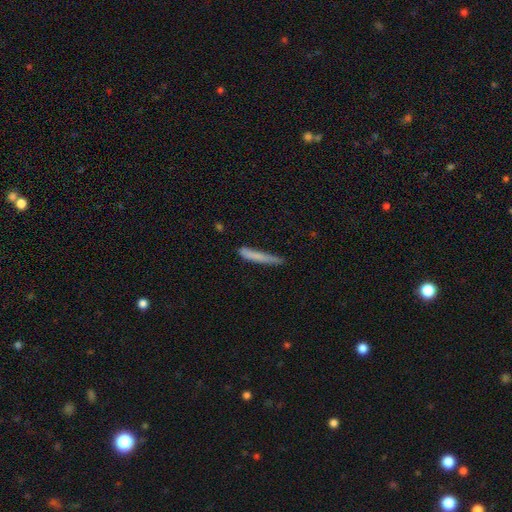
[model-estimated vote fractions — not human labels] Smooth or featured?
  - smooth: 75% *
  - featured or disk: 18%
  - star or artifact: 7%
How rounded?
  - cigar-shaped: 95% *
  - in between: 3%
  - round: 1%
Merging?
  - none: 74% *
  - minor disturbance: 20%
  - major disturbance: 4%
  - merger: 2%